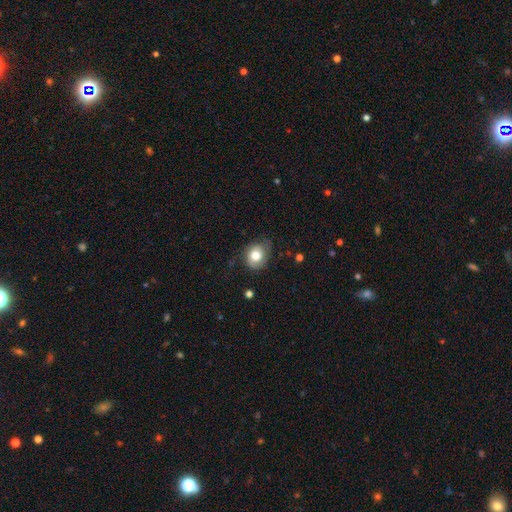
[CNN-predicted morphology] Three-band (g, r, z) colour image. It shows a smooth galaxy with no disk features (68%) that is round (57%). Merging: none (59%).